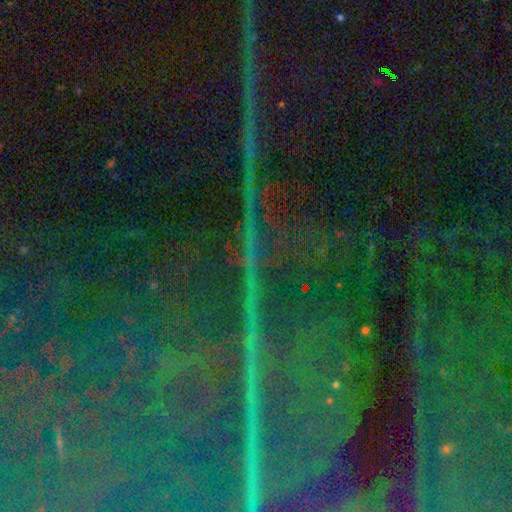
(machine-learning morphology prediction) This appears to be a star or artifact, not a galaxy (88%).